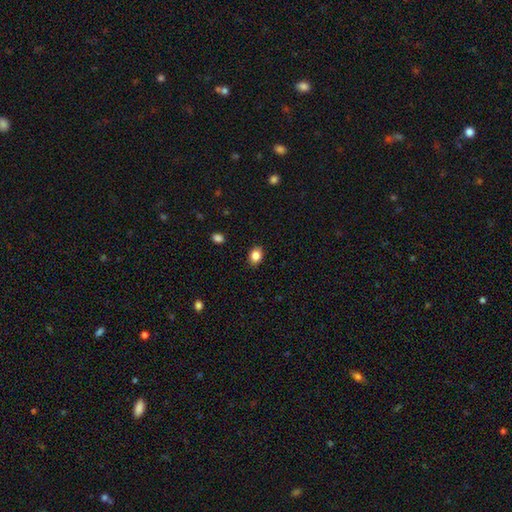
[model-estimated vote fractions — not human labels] Smooth or featured?
  - smooth: 85% *
  - star or artifact: 10%
  - featured or disk: 5%
How rounded?
  - in between: 62% *
  - round: 37%
  - cigar-shaped: 1%
Merging?
  - none: 88% *
  - minor disturbance: 9%
  - major disturbance: 2%
  - merger: 1%